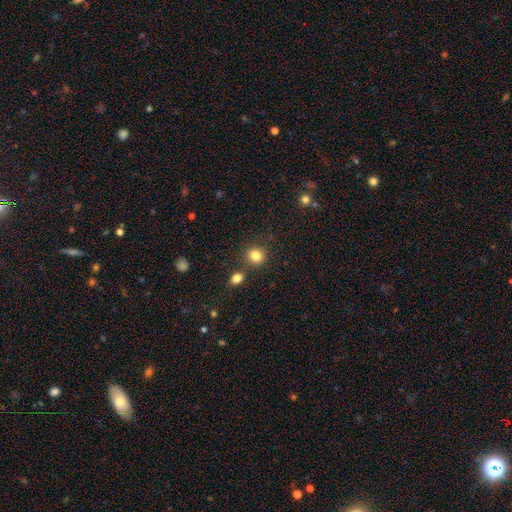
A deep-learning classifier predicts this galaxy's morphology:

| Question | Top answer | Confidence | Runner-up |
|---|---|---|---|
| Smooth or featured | smooth | 83% | star or artifact (11%) |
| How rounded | round | 76% | in between (23%) |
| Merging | none | 78% | minor disturbance (10%) |